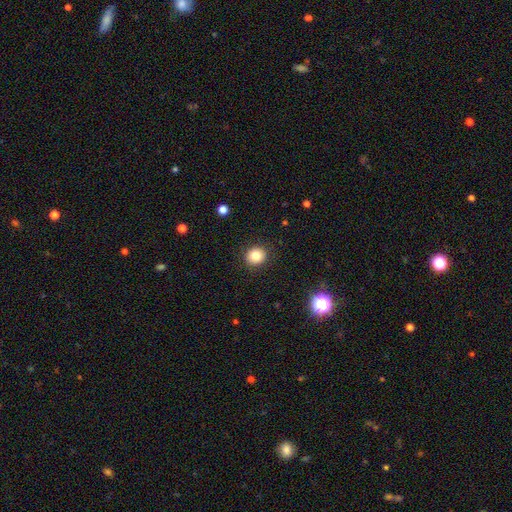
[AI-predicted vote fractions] smooth-or-featured: smooth: 82% | star or artifact: 11% | featured or disk: 7%
  how-rounded: round: 83% | in between: 16% | cigar-shaped: 1%
  merging: none: 90% | minor disturbance: 7% | major disturbance: 2% | merger: 1%